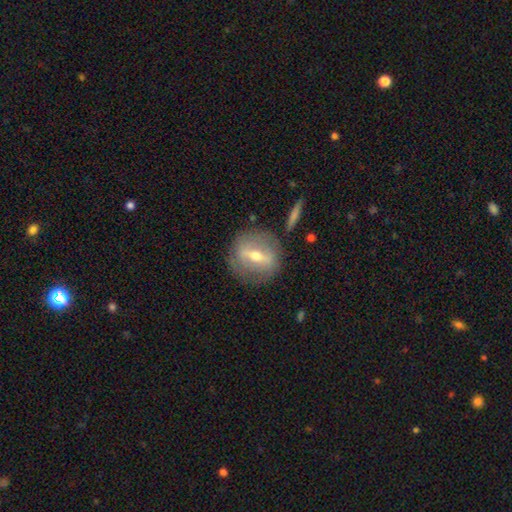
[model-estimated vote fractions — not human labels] This appears to be a featured or disk galaxy (66%). Merging: none (80%).